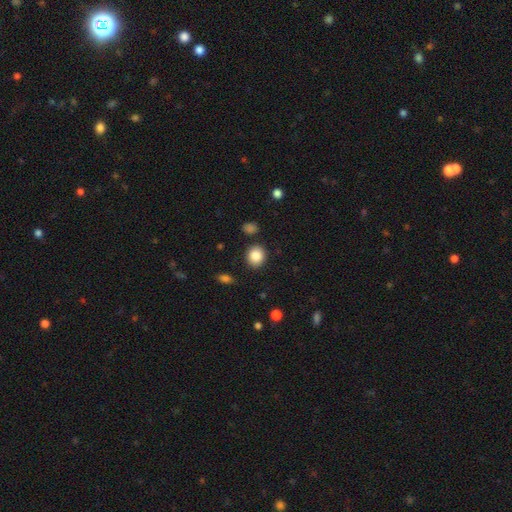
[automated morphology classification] Smooth or featured: smooth — 86% (star or artifact — 9%)
How rounded: round — 75% (in between — 24%)
Merging: none — 87% (minor disturbance — 8%)